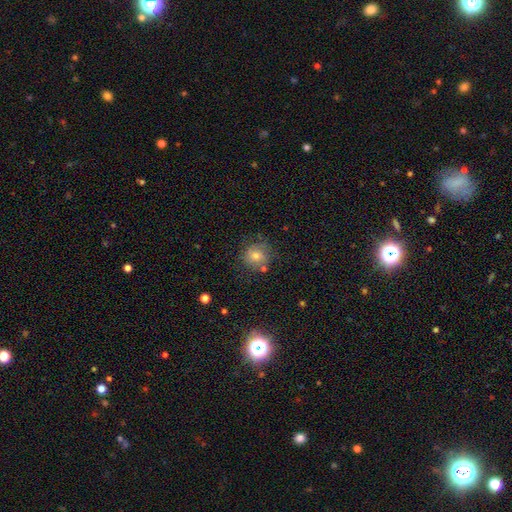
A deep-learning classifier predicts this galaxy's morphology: This appears to be a smooth galaxy with no disk features (58%) that is round (85%). Merging: none (72%).